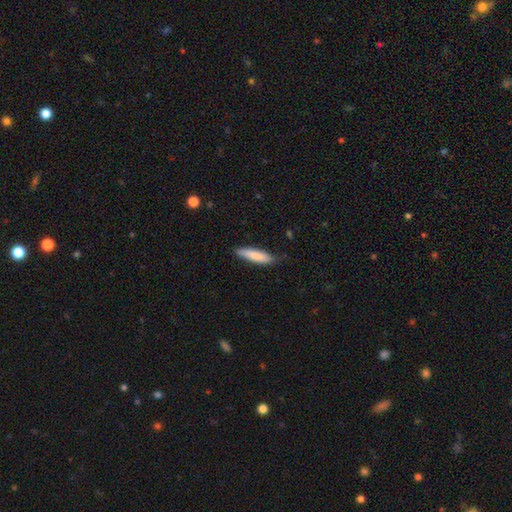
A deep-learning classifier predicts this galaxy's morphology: The model was most divided on "how rounded": cigar-shaped: 77%, in between: 22%, round: 1%. More confident: smooth or featured — smooth (83%); merging — none (80%).